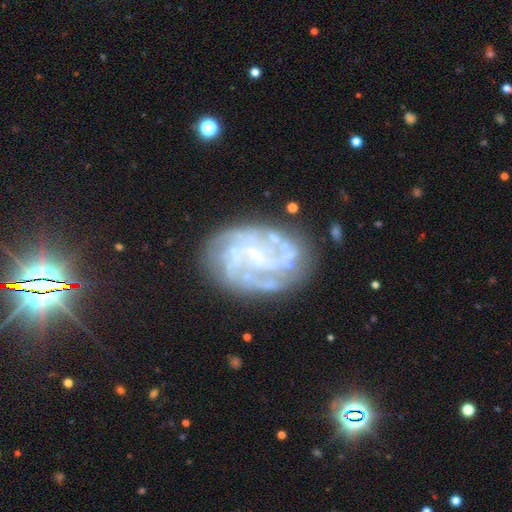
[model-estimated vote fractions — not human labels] A featured or disk galaxy (83%) with no bar (62%), tight (51%) spiral arms (91%) and a small central bulge (81%).

Vote fractions:
- Smooth or featured? featured or disk: 83% / smooth: 9% / star or artifact: 8%
- Edge-on disk? no: 97% / yes: 3%
- Bar? no: 62% / weak: 30% / strong: 8%
- Spiral arms? yes: 91% / no: 9%
- Spiral winding? tight: 51% / medium: 36% / loose: 12%
- Spiral arm count? can't tell: 31% / 4: 22% / 3: 16% / 2: 13% / more than 4: 11% / 1: 7%
- Bulge size? small: 81% / moderate: 10% / none: 7% / large: 1% / dominant: 1%
- Merging? none: 72% / minor disturbance: 17% / major disturbance: 9% / merger: 3%